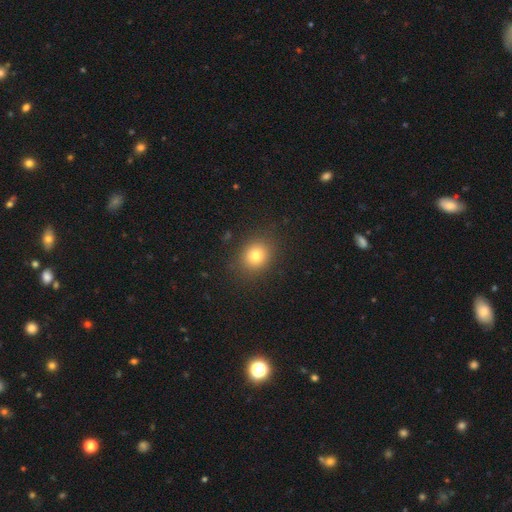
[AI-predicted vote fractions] The model was most divided on "how rounded": round: 72%, in between: 27%, cigar-shaped: 1%. More confident: merging — none (87%); smooth or featured — smooth (78%).